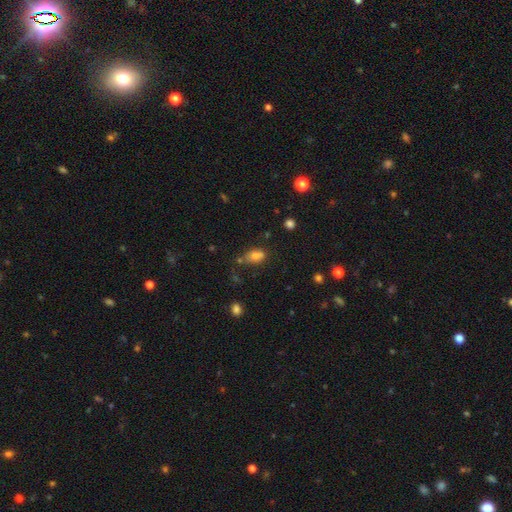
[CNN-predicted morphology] smooth-or-featured: smooth: 78% | star or artifact: 12% | featured or disk: 10%
  how-rounded: in between: 82% | round: 15% | cigar-shaped: 3%
  merging: none: 56% | minor disturbance: 21% | merger: 16% | major disturbance: 7%